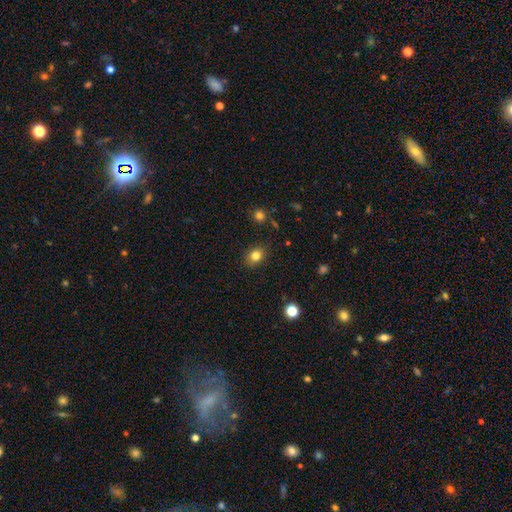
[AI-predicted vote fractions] Smooth or featured?
  - smooth: 82% *
  - star or artifact: 11%
  - featured or disk: 7%
How rounded?
  - in between: 50% *
  - round: 49%
  - cigar-shaped: 1%
Merging?
  - none: 87% *
  - minor disturbance: 9%
  - major disturbance: 2%
  - merger: 1%